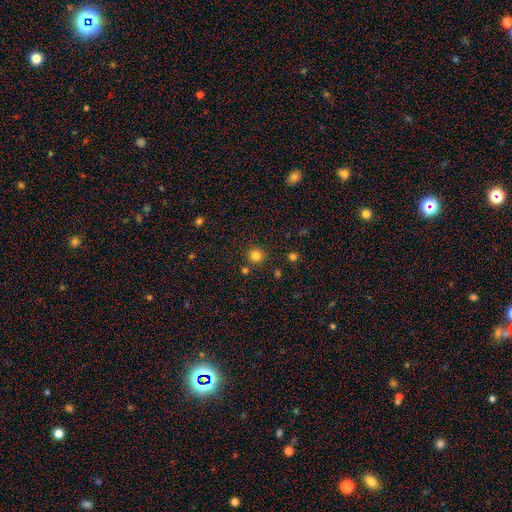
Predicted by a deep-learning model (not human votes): Smooth or featured: smooth — 82% (star or artifact — 14%)
How rounded: round — 92% (in between — 7%)
Merging: none — 86% (minor disturbance — 7%)